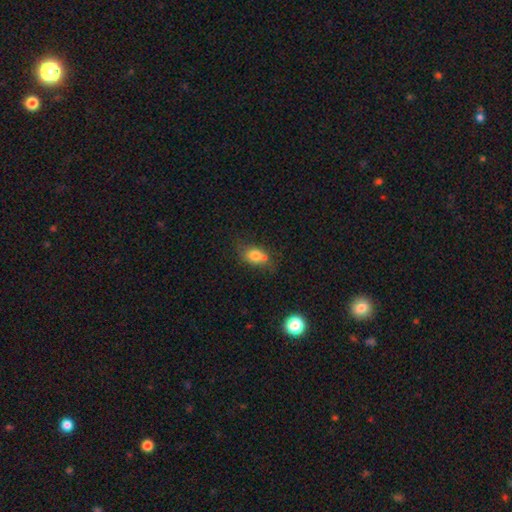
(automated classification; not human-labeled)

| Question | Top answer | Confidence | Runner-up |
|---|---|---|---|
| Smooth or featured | smooth | 74% | featured or disk (15%) |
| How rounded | in between | 68% | round (29%) |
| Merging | none | 48% | minor disturbance (22%) |